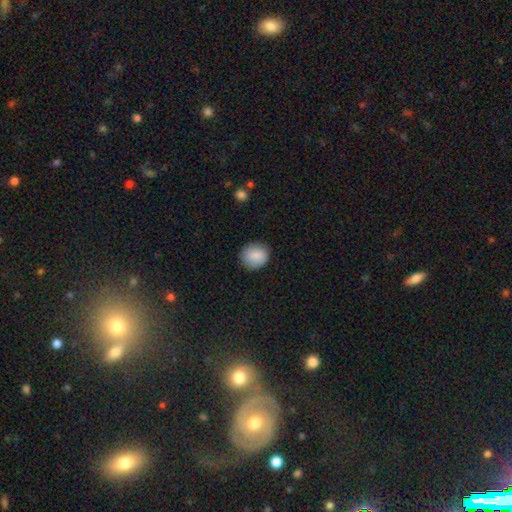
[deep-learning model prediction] Smooth or featured?
  - smooth: 86% *
  - star or artifact: 8%
  - featured or disk: 7%
How rounded?
  - round: 81% *
  - in between: 18%
  - cigar-shaped: 1%
Merging?
  - none: 86% *
  - minor disturbance: 10%
  - major disturbance: 3%
  - merger: 1%